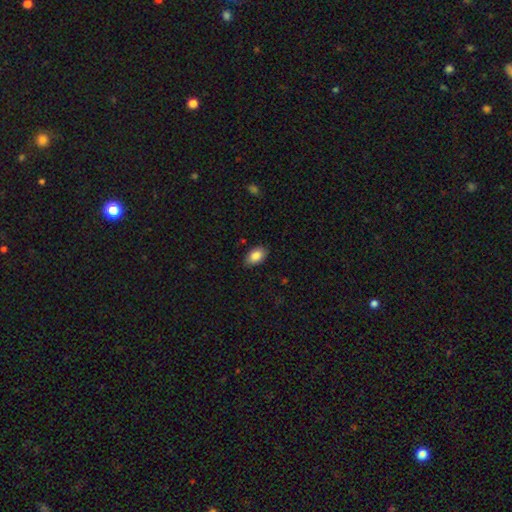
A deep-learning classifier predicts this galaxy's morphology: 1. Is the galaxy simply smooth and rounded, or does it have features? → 87% smooth, 7% star or artifact, 6% featured or disk.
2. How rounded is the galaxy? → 92% in between, 7% round, 1% cigar-shaped.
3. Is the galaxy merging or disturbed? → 84% none, 13% minor disturbance, 2% major disturbance, 1% merger.